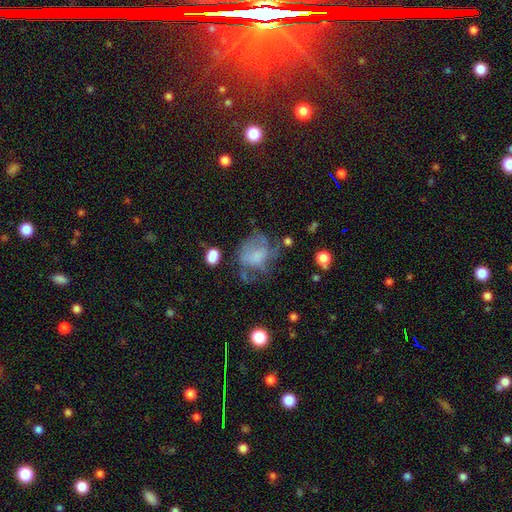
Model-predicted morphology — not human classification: Smooth or featured? smooth (46%)
Merging? major disturbance (37%)